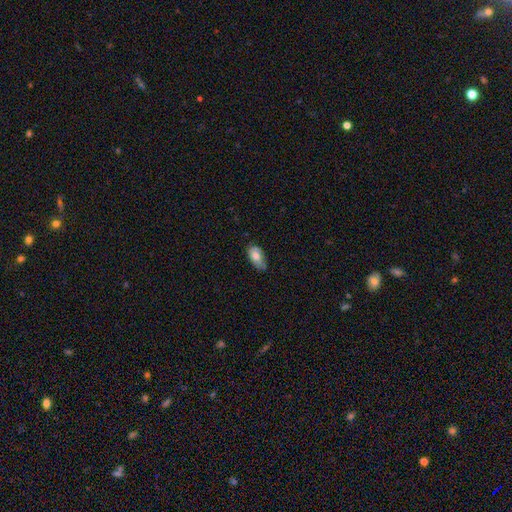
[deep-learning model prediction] smooth-or-featured: smooth: 75% | featured or disk: 18% | star or artifact: 7%
  how-rounded: in between: 92% | cigar-shaped: 4% | round: 4%
  merging: none: 60% | minor disturbance: 32% | major disturbance: 7% | merger: 2%